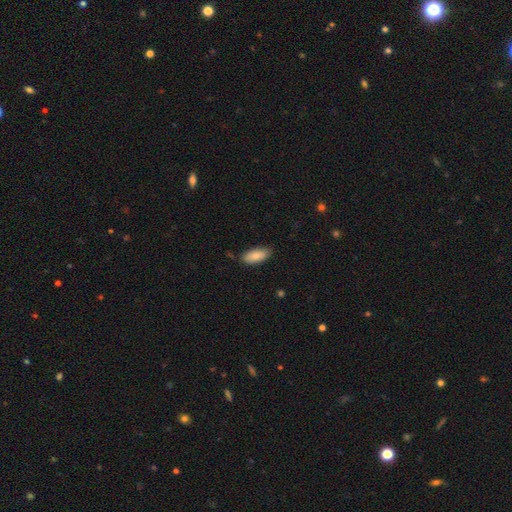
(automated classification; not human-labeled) Smooth or featured: smooth — 85% (featured or disk — 9%)
How rounded: in between — 85% (cigar-shaped — 14%)
Merging: none — 81% (minor disturbance — 15%)